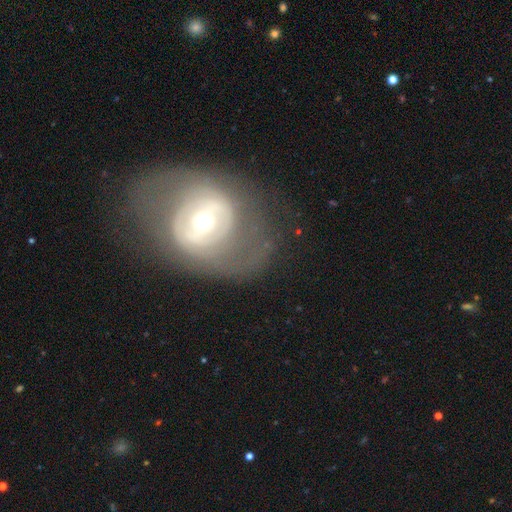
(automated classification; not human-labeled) This is likely a featured or disk galaxy (69%). It is clearly not viewed edge-on (94%). Bar: marginally weak (36%). Spiral arm pattern: possibly no (52%). Central bulge: possibly moderate (50%). Merging: likely none (69%).